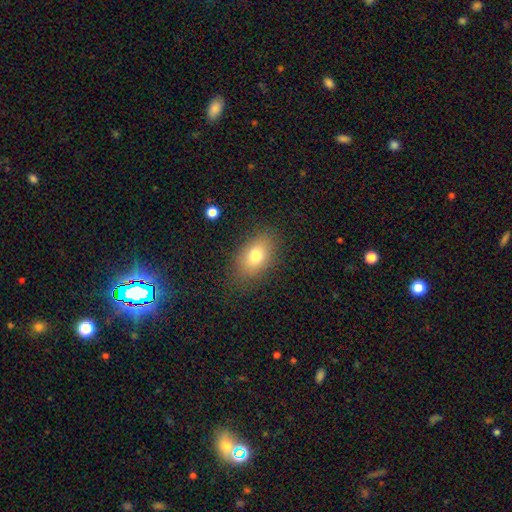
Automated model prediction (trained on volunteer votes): A smooth galaxy with no disk features (77%) that is in between round and cigar-shaped (84%).

Vote fractions:
- Smooth or featured? smooth: 77% / featured or disk: 13% / star or artifact: 10%
- How rounded? in between: 84% / round: 14% / cigar-shaped: 2%
- Merging? none: 80% / minor disturbance: 14% / major disturbance: 5% / merger: 1%